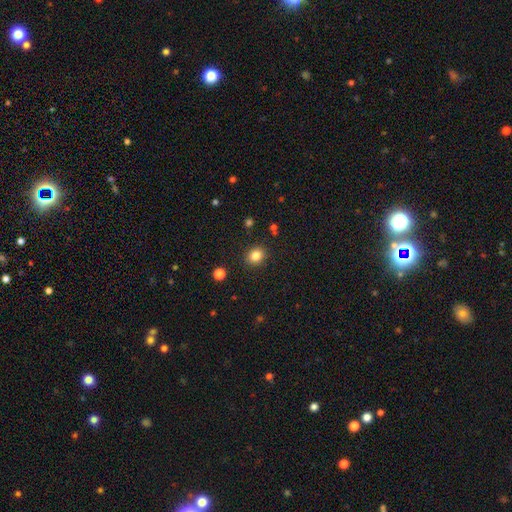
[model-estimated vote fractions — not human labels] Q: Smooth or featured?
A: smooth (83%); runner-up: star or artifact (12%)
Q: How rounded?
A: round (70%); runner-up: in between (30%)
Q: Merging?
A: none (89%); runner-up: minor disturbance (7%)